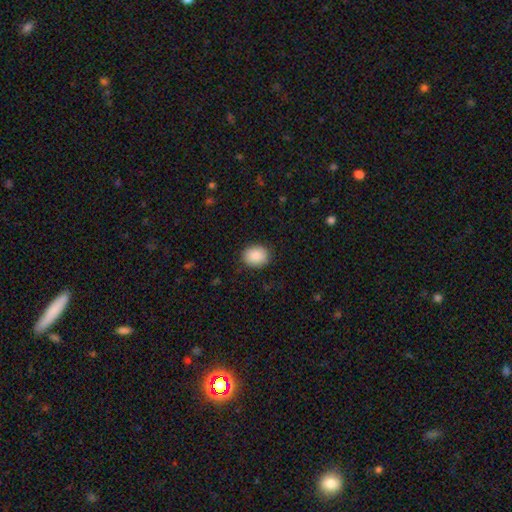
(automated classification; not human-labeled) The model was most divided on "how rounded": round: 52%, in between: 47%, cigar-shaped: 1%. More confident: merging — none (89%); smooth or featured — smooth (88%).